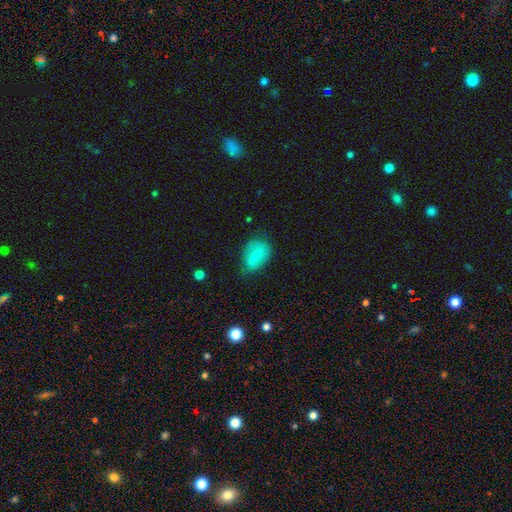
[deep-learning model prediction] smooth_or_featured: smooth (p=0.72) [alt: featured or disk p=0.20]
how_rounded: in between (p=0.82) [alt: round p=0.15]
merging: none (p=0.58) [alt: minor disturbance p=0.30]